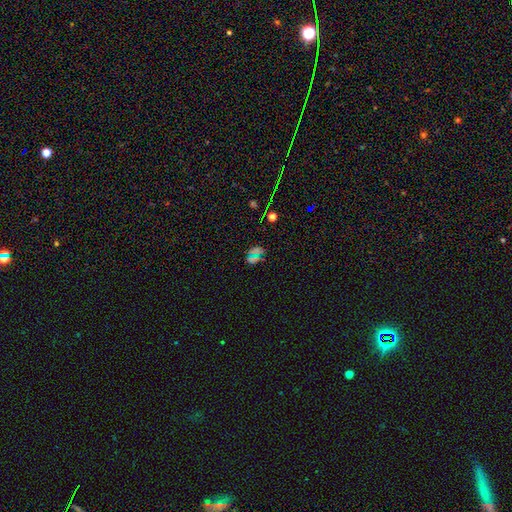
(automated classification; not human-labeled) This appears to be a star or artifact, not a galaxy (47%).